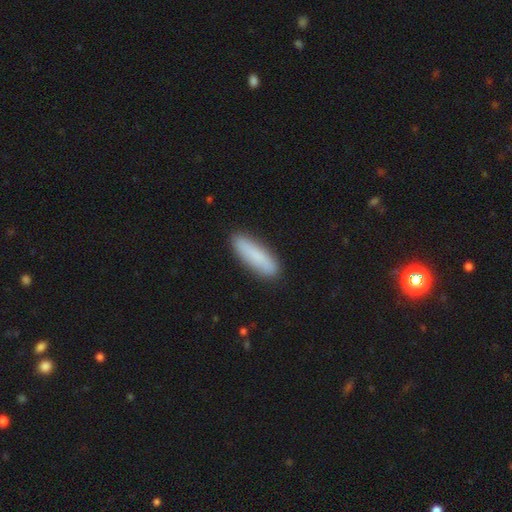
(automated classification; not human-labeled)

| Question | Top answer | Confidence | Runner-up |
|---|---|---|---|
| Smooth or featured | smooth | 81% | featured or disk (12%) |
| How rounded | cigar-shaped | 66% | in between (33%) |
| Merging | none | 87% | minor disturbance (10%) |